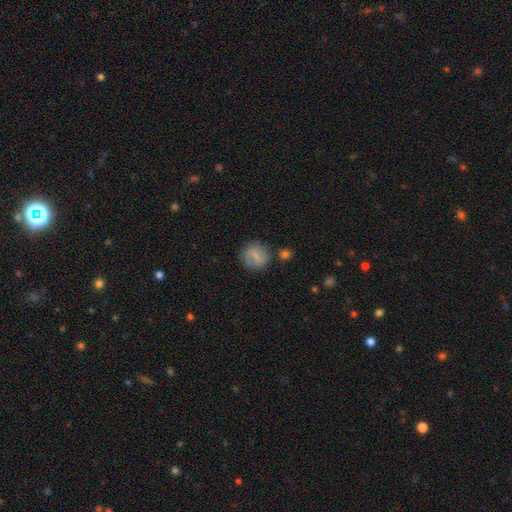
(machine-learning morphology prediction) A smooth galaxy with no disk features (71%) that is round (89%).

Vote fractions:
- Smooth or featured? smooth: 71% / featured or disk: 21% / star or artifact: 8%
- How rounded? round: 89% / in between: 10% / cigar-shaped: 1%
- Merging? none: 76% / minor disturbance: 14% / merger: 6% / major disturbance: 4%